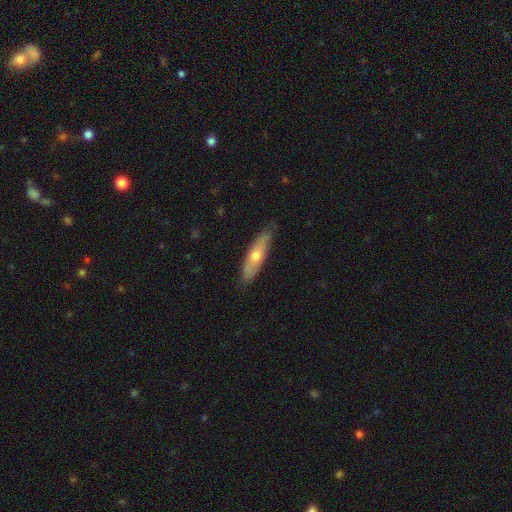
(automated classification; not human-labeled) Smooth or featured? smooth (53%)
How rounded? cigar-shaped (70%)
Merging? none (82%)